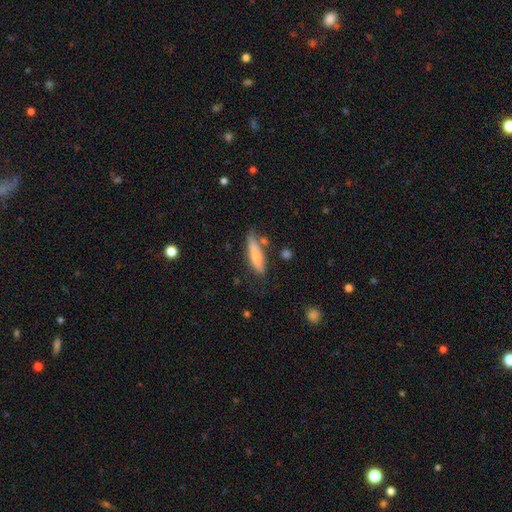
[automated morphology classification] Smooth or featured?
  - smooth: 71% *
  - featured or disk: 22%
  - star or artifact: 6%
How rounded?
  - cigar-shaped: 71% *
  - in between: 27%
  - round: 2%
Merging?
  - none: 67% *
  - minor disturbance: 21%
  - merger: 8%
  - major disturbance: 5%